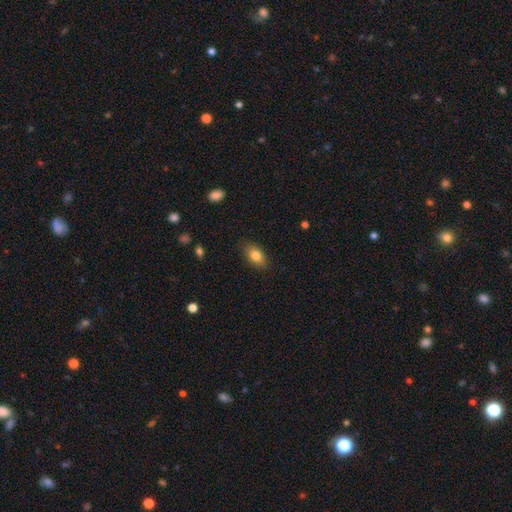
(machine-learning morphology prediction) Overall: smooth (82%). How rounded: in between (86%). Merging: none (85%).